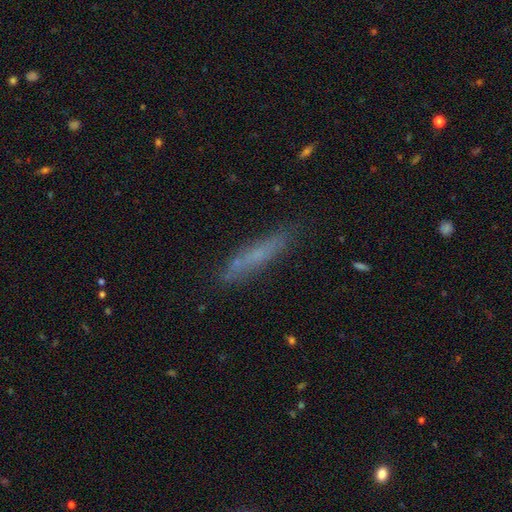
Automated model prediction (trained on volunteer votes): Morphology: type=smooth (59%); roundness=cigar-shaped (90%); merging=none (80%).